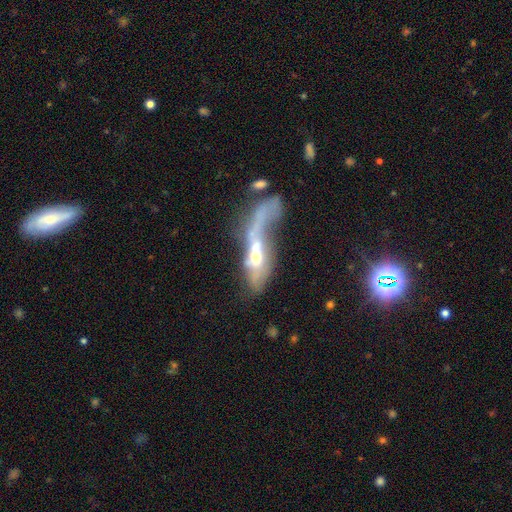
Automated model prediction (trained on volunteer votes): smooth_or_featured: featured or disk (p=0.55) [alt: smooth p=0.35]
disk_edge_on: no (p=0.76) [alt: yes p=0.24]
merging: merger (p=0.43) [alt: major disturbance p=0.37]